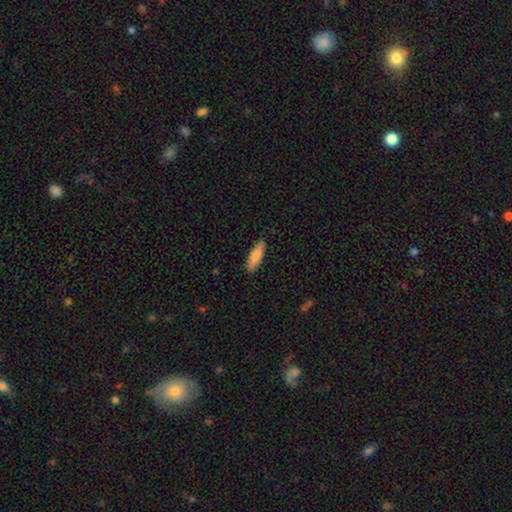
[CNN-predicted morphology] Smooth or featured?
  - smooth: 82% *
  - featured or disk: 12%
  - star or artifact: 6%
How rounded?
  - in between: 53% *
  - cigar-shaped: 45%
  - round: 2%
Merging?
  - none: 86% *
  - minor disturbance: 11%
  - major disturbance: 2%
  - merger: 1%